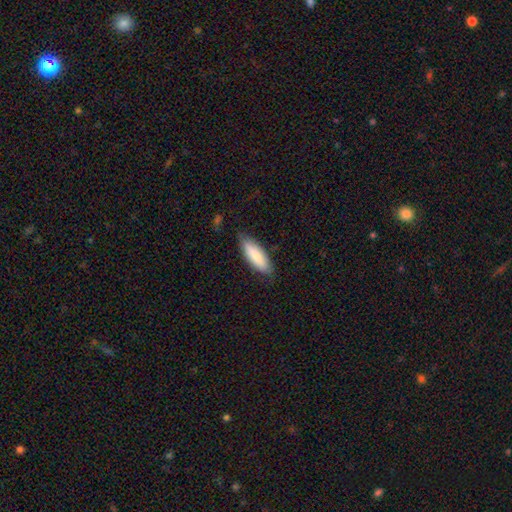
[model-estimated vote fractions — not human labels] Overall: smooth (81%). How rounded: in between (64%; cigar-shaped 35%). Merging: none (77%).